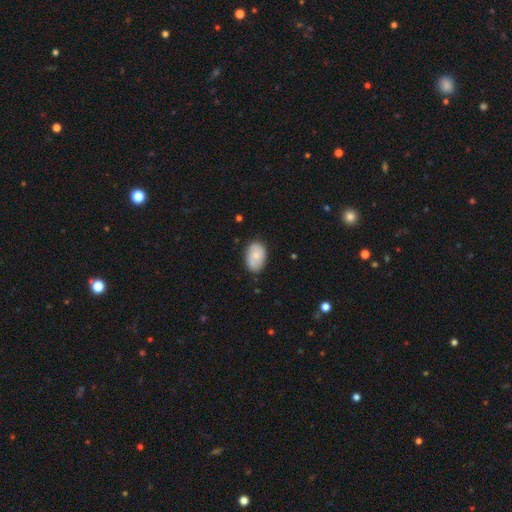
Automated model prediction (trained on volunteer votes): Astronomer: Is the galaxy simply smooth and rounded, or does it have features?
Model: smooth — 69%.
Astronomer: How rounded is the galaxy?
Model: in between — 88%.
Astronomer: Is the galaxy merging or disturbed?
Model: none — 78%.